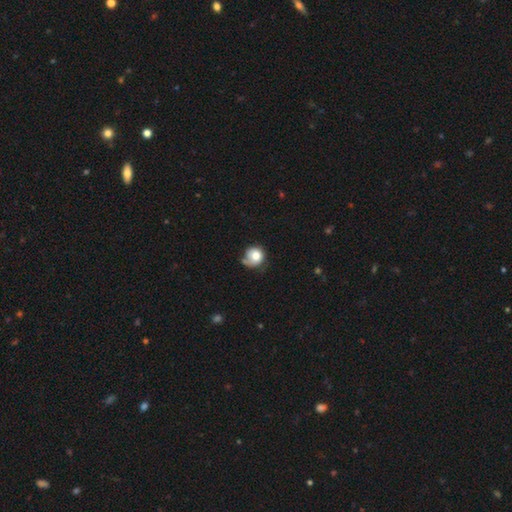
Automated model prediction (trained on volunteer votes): Q: Smooth or featured?
A: smooth (73%); runner-up: featured or disk (19%)
Q: How rounded?
A: round (86%); runner-up: in between (13%)
Q: Merging?
A: none (47%); runner-up: minor disturbance (29%)